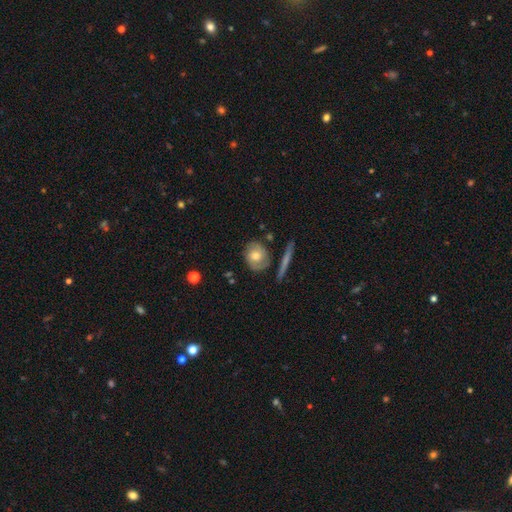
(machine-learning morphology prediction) type=smooth (48%); merging=none (69%).